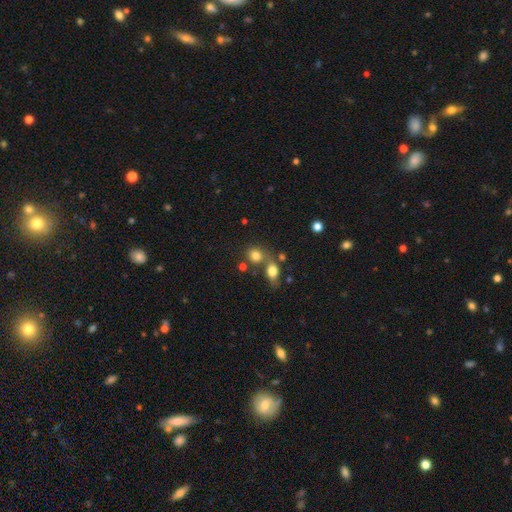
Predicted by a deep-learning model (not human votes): smooth 79%, star or artifact 12%, featured or disk 9%. Down the decision tree: how rounded — round (71%); merging — none (47%).